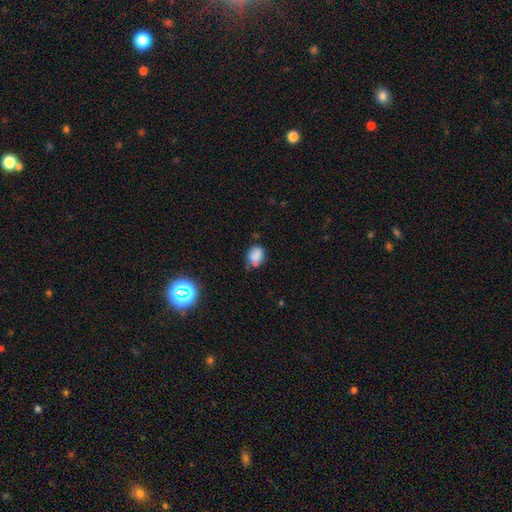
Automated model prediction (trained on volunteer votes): Q: Smooth or featured?
A: smooth (79%); runner-up: star or artifact (12%)
Q: How rounded?
A: in between (53%); runner-up: round (46%)
Q: Merging?
A: none (51%); runner-up: minor disturbance (31%)